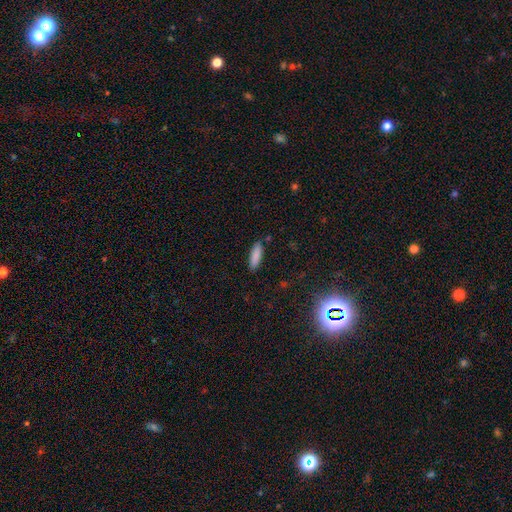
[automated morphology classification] smooth-or-featured: smooth: 87% | star or artifact: 7% | featured or disk: 6%
  how-rounded: cigar-shaped: 51% | in between: 47% | round: 2%
  merging: none: 86% | minor disturbance: 10% | major disturbance: 2% | merger: 2%